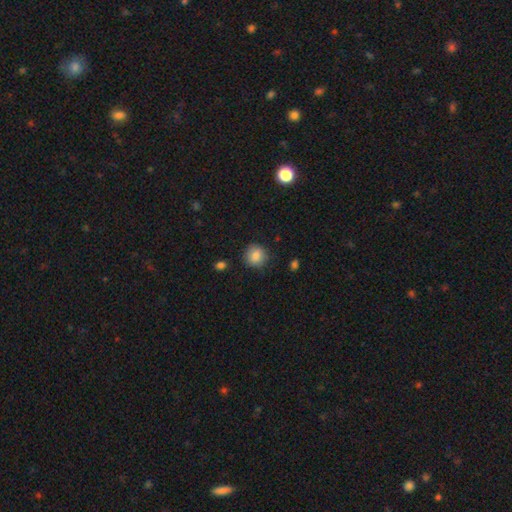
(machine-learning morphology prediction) Overall: smooth (84%). How rounded: round (90%). Merging: none (86%).